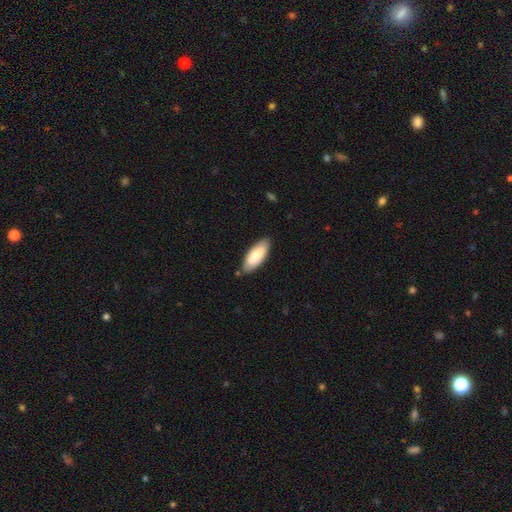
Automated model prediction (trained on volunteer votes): smooth-or-featured: smooth: 82% | featured or disk: 13% | star or artifact: 5%
  how-rounded: in between: 77% | cigar-shaped: 22% | round: 1%
  merging: none: 82% | minor disturbance: 14% | major disturbance: 2% | merger: 2%